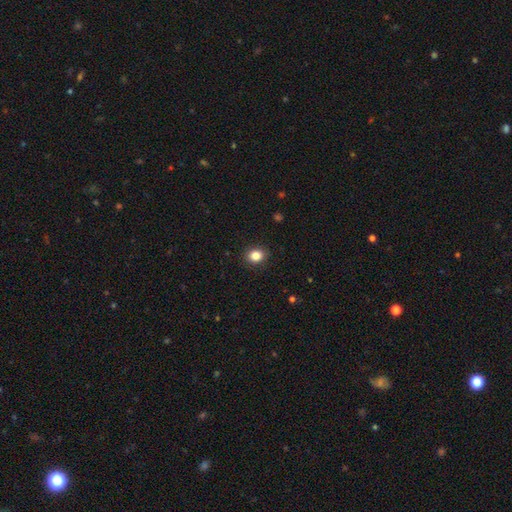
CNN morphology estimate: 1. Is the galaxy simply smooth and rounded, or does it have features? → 85% smooth, 10% star or artifact, 5% featured or disk.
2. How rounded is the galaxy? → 55% round, 44% in between, 1% cigar-shaped.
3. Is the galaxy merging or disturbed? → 89% none, 8% minor disturbance, 2% major disturbance, 1% merger.